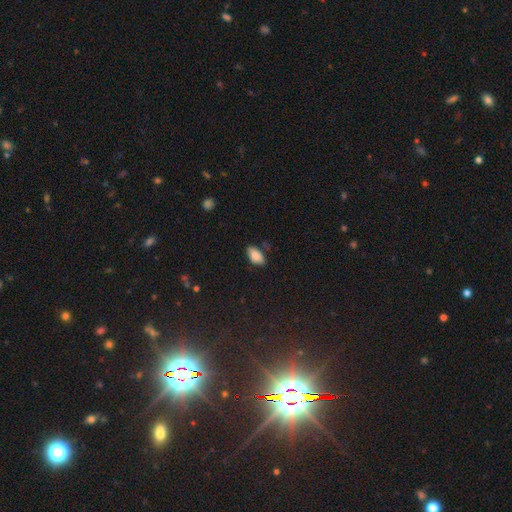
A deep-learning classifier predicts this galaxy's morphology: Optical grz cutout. It shows a smooth galaxy with no disk features (86%) that is in between round and cigar-shaped (94%). Merging: none (77%).